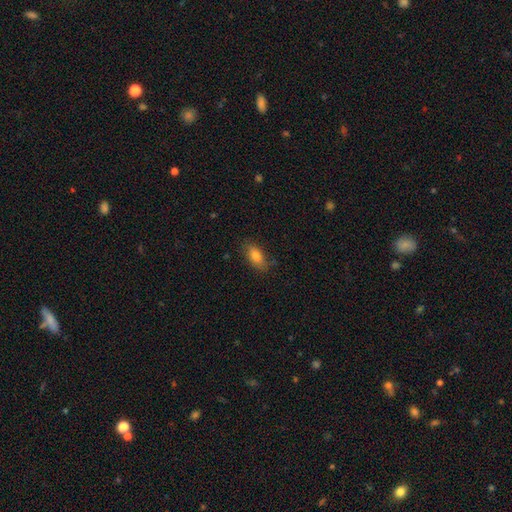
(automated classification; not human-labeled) This is likely a smooth galaxy (79%). How rounded: clearly in between (86%). Merging: clearly none (80%).